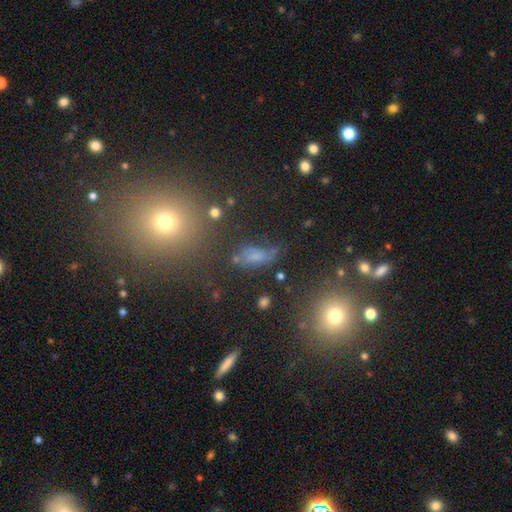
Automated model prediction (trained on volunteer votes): Smooth or featured?
  - smooth: 49% *
  - star or artifact: 27%
  - featured or disk: 24%
Merging?
  - none: 44% *
  - minor disturbance: 23%
  - major disturbance: 22%
  - merger: 11%